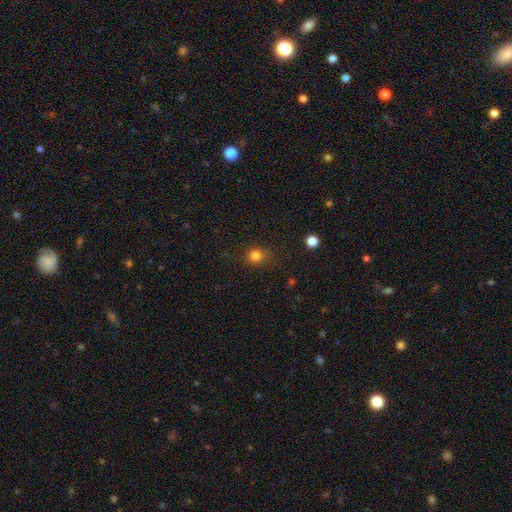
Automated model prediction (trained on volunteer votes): Smooth or featured? Predicted: smooth (p=0.81). How rounded? Predicted: round (p=0.84). Merging? Predicted: none (p=0.84).